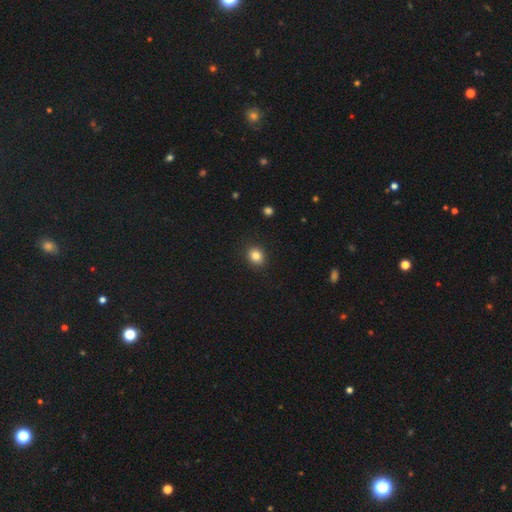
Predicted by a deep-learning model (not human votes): The model was most divided on "how rounded": round: 64%, in between: 35%, cigar-shaped: 1%. More confident: merging — none (90%); smooth or featured — smooth (84%).